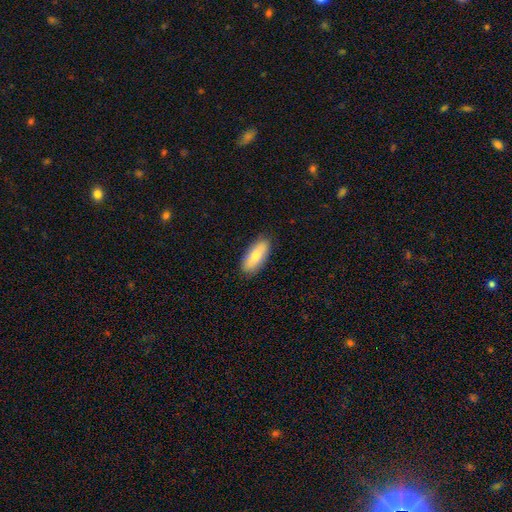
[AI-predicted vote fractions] Smooth or featured? Predicted: smooth (p=0.76). How rounded? Predicted: in between (p=0.83). Merging? Predicted: none (p=0.88).